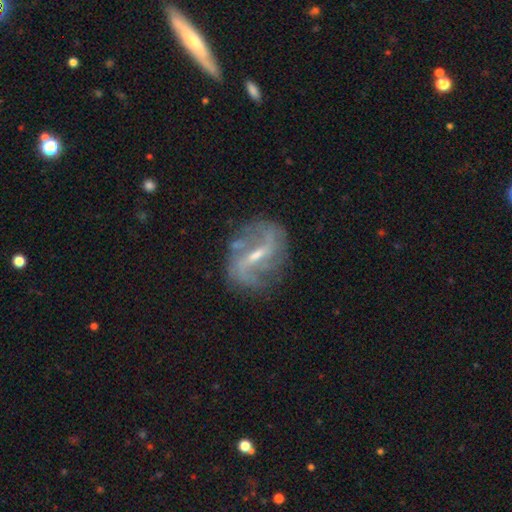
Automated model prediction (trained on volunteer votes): Q: Smooth or featured?
A: featured or disk (83%); runner-up: smooth (9%)
Q: Edge-on disk?
A: no (95%); runner-up: yes (5%)
Q: Bar?
A: strong (47%); runner-up: weak (43%)
Q: Spiral arms?
A: yes (88%); runner-up: no (12%)
Q: Spiral winding?
A: loose (53%); runner-up: medium (34%)
Q: Spiral arm count?
A: 2 (77%); runner-up: can't tell (11%)
Q: Bulge size?
A: small (54%); runner-up: moderate (37%)
Q: Merging?
A: none (70%); runner-up: minor disturbance (18%)